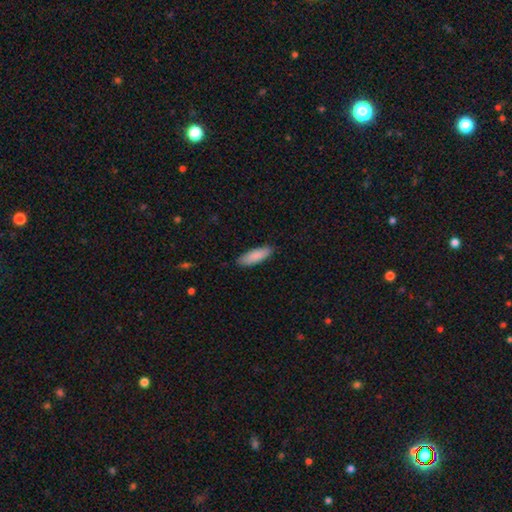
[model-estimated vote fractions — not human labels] Q: Smooth or featured?
A: smooth (89%); runner-up: featured or disk (6%)
Q: How rounded?
A: in between (58%); runner-up: cigar-shaped (40%)
Q: Merging?
A: none (88%); runner-up: minor disturbance (9%)